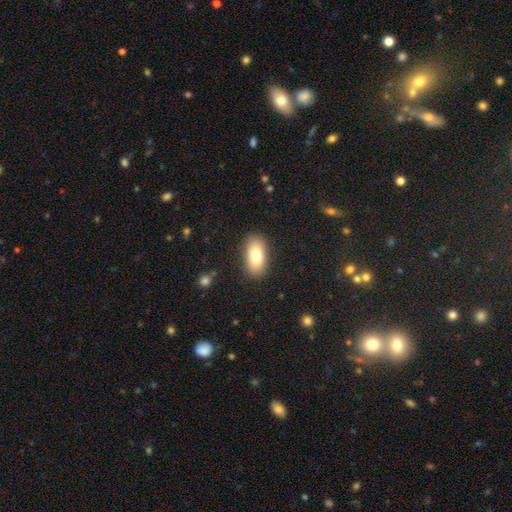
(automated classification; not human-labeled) smooth 82%, featured or disk 11%, star or artifact 7%. Down the decision tree: how rounded — in between (92%); merging — none (86%).